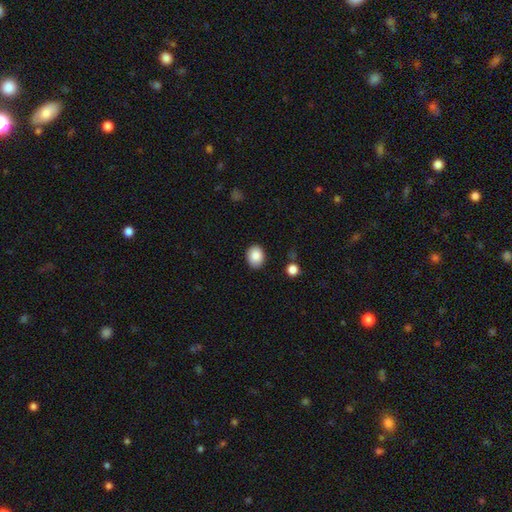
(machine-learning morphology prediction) smooth 87%, star or artifact 8%, featured or disk 4%. Down the decision tree: how rounded — in between (52%); merging — none (86%).